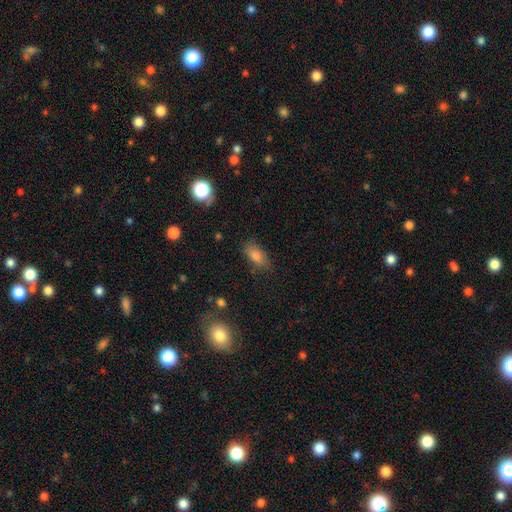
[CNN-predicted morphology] The model was most divided on "merging": none: 80%, minor disturbance: 14%, major disturbance: 4%, merger: 2%. More confident: how rounded — in between (87%); smooth or featured — smooth (79%).